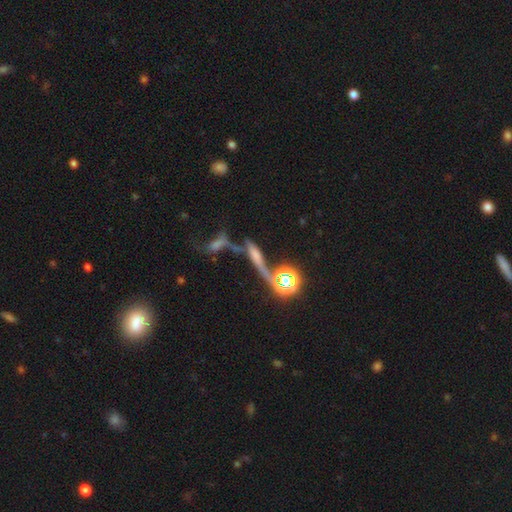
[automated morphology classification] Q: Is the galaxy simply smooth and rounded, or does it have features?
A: smooth — 38%.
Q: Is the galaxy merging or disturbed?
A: merger — 38%.